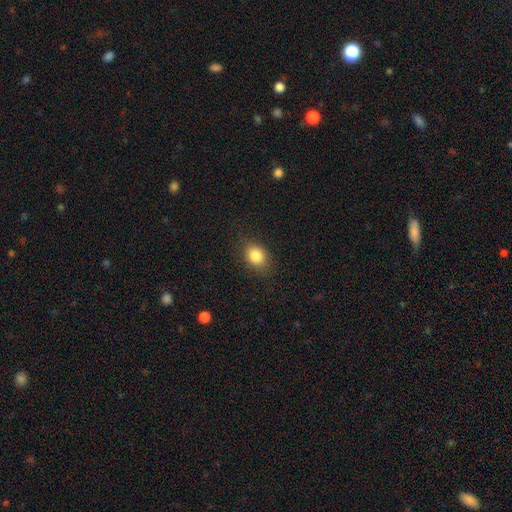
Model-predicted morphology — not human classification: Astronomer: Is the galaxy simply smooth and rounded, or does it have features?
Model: smooth — 85%.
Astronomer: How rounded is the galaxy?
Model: in between — 63%.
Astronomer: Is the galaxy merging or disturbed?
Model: none — 83%.